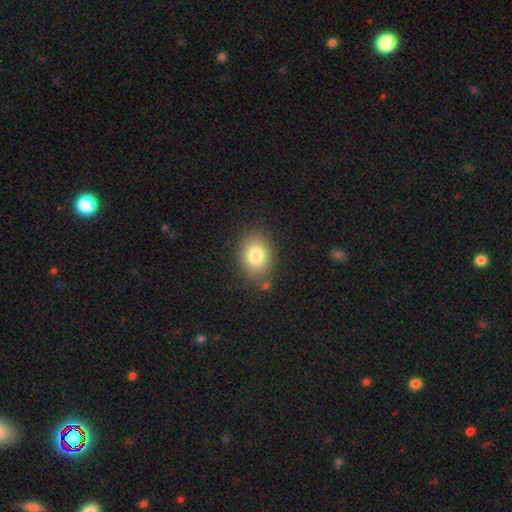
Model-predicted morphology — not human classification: Smooth or featured? Predicted: smooth (p=0.82). How rounded? Predicted: in between (p=0.60). Merging? Predicted: none (p=0.83).